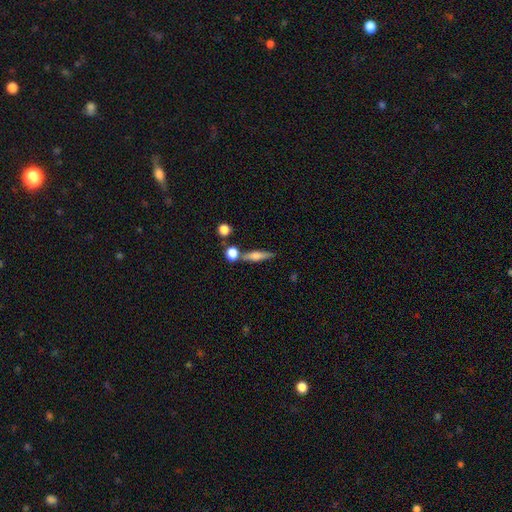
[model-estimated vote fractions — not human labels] The model was most divided on "smooth or featured": smooth: 54%, featured or disk: 38%, star or artifact: 8%. More confident: how rounded — cigar-shaped (67%); merging — none (66%).